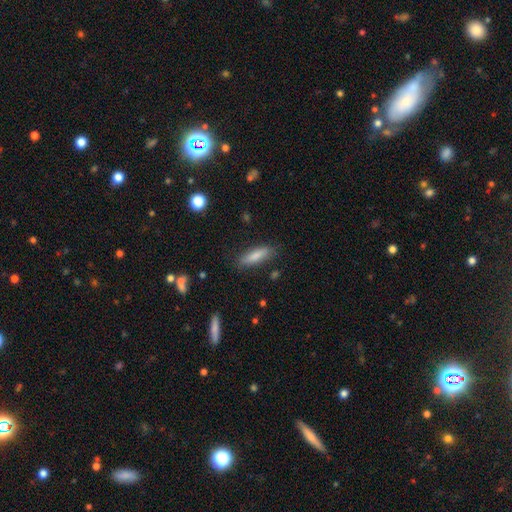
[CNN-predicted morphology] Q: Smooth or featured?
A: smooth (81%); runner-up: featured or disk (12%)
Q: How rounded?
A: cigar-shaped (58%); runner-up: in between (40%)
Q: Merging?
A: none (83%); runner-up: minor disturbance (13%)